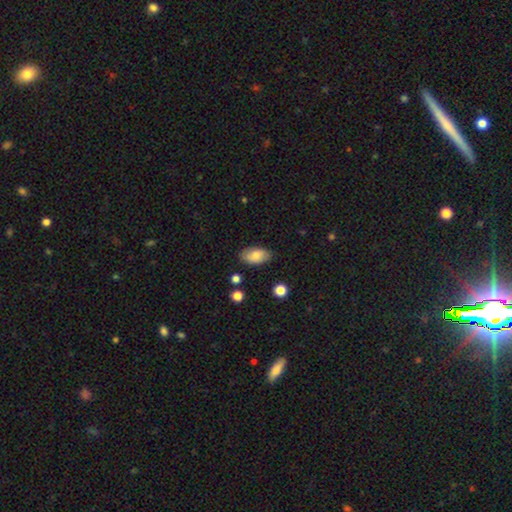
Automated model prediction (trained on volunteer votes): smooth_or_featured: smooth (p=0.84) [alt: featured or disk p=0.09]
how_rounded: in between (p=0.94) [alt: round p=0.04]
merging: none (p=0.83) [alt: minor disturbance p=0.13]